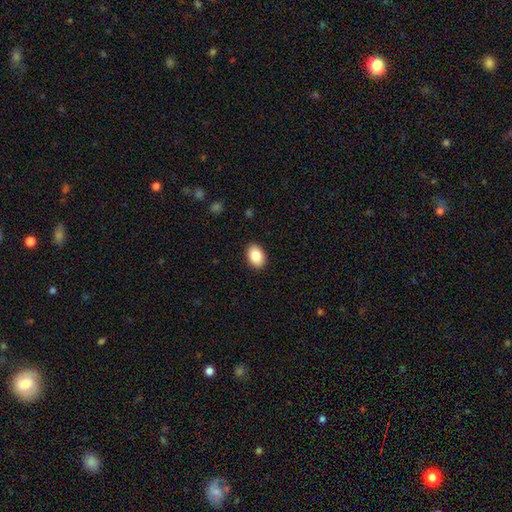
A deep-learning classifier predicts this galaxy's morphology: This is clearly a smooth galaxy (86%). How rounded: clearly in between (85%). Merging: clearly none (90%).